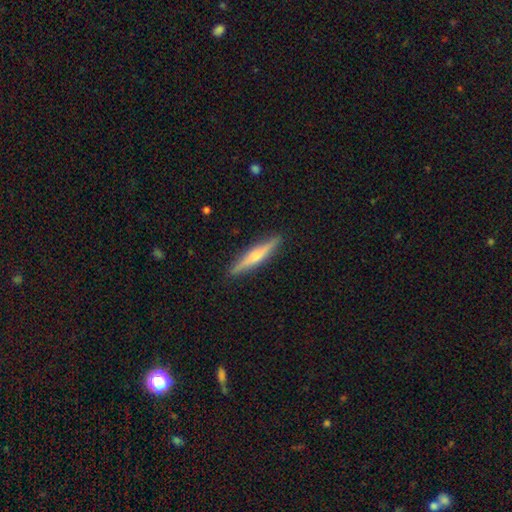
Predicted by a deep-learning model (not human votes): Smooth or featured? Predicted: featured or disk (p=0.55). Edge-on disk? Predicted: yes (p=0.97). Edge-on bulge? Predicted: rounded (p=0.69). Merging? Predicted: none (p=0.90).